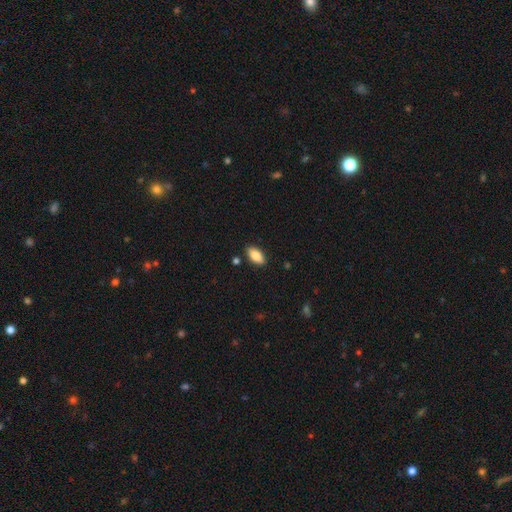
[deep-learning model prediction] Smooth or featured: smooth — 84% (featured or disk — 10%)
How rounded: in between — 91% (cigar-shaped — 6%)
Merging: none — 88% (minor disturbance — 8%)